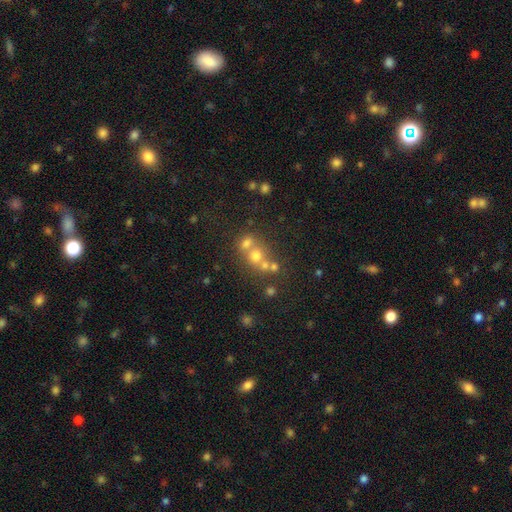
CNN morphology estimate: smooth_or_featured: smooth (p=0.54) [alt: featured or disk p=0.24]
how_rounded: round (p=0.77) [alt: in between p=0.22]
merging: merger (p=0.48) [alt: none p=0.40]